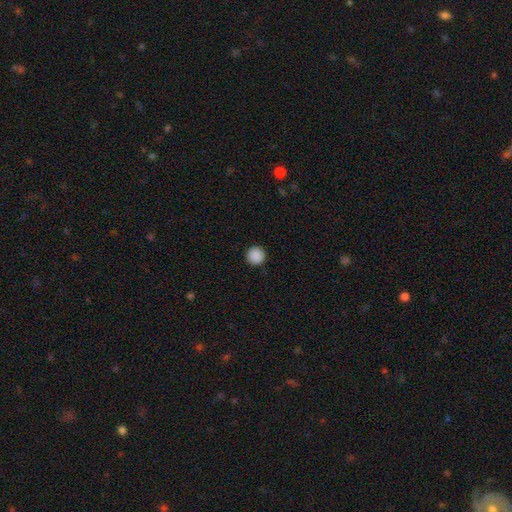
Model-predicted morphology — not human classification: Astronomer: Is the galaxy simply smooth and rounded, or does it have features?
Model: smooth — 89%.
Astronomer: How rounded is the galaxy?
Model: round — 96%.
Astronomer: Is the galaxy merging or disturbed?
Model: none — 93%.